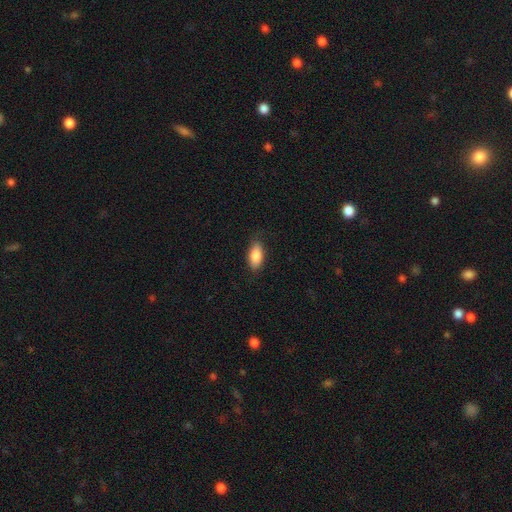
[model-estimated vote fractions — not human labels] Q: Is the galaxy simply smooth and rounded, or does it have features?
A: smooth — 86%.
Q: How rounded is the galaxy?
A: in between — 90%.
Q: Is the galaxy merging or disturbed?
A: none — 82%.